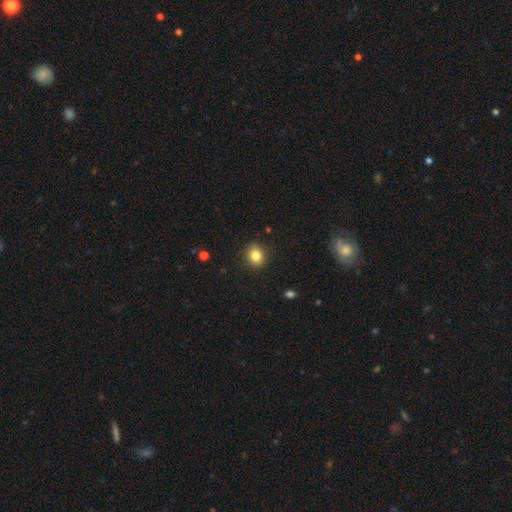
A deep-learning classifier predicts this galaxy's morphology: smooth_or_featured: smooth (p=0.83) [alt: star or artifact p=0.11]
how_rounded: round (p=0.65) [alt: in between p=0.34]
merging: none (p=0.86) [alt: minor disturbance p=0.10]